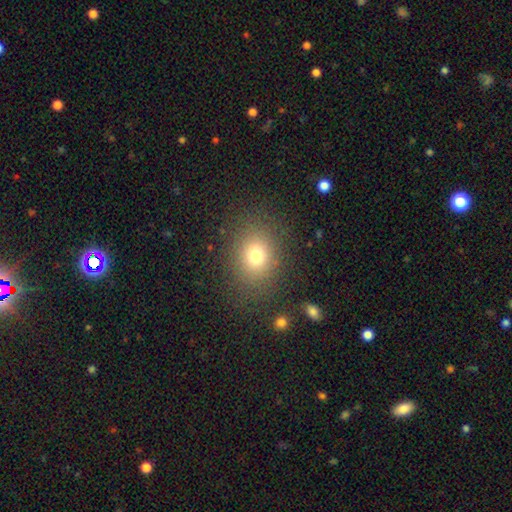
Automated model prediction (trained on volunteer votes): The model was most divided on "how rounded": round: 58%, in between: 41%, cigar-shaped: 1%. More confident: merging — none (84%); smooth or featured — smooth (74%).